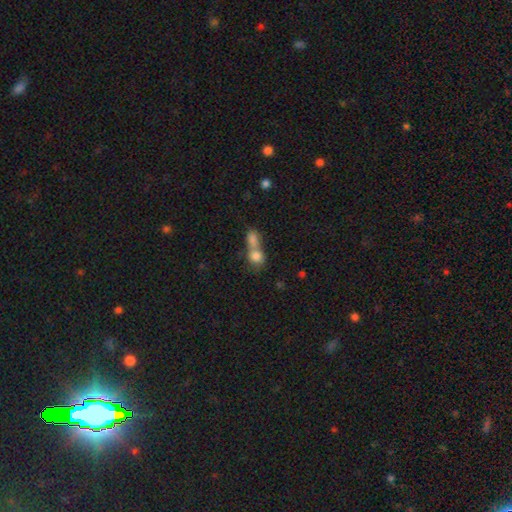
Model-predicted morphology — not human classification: smooth-or-featured: smooth: 81% | featured or disk: 10% | star or artifact: 9%
  how-rounded: round: 56% | in between: 41% | cigar-shaped: 3%
  merging: merger: 71% | none: 20% | minor disturbance: 5% | major disturbance: 4%